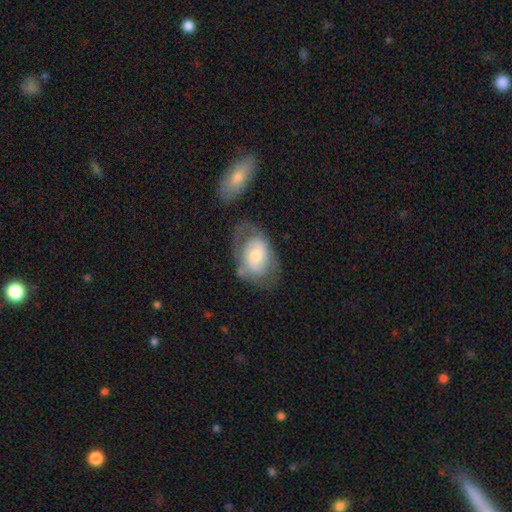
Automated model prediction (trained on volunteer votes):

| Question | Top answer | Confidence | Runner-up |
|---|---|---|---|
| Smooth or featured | featured or disk | 51% | smooth (42%) |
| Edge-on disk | no | 94% | yes (6%) |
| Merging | none | 48% | minor disturbance (24%) |